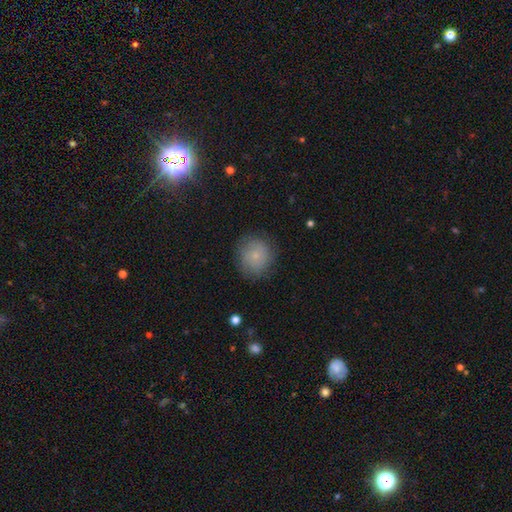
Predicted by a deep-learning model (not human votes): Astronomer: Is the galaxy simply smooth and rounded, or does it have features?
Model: smooth — 70%.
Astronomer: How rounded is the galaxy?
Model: round — 88%.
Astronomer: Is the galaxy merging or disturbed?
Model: none — 79%.